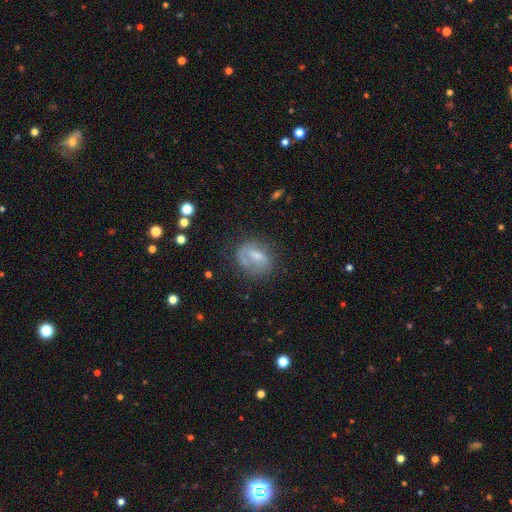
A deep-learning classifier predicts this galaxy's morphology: smooth_or_featured: smooth (p=0.50) [alt: featured or disk p=0.40]
how_rounded: in between (p=0.59) [alt: round p=0.38]
merging: none (p=0.49) [alt: minor disturbance p=0.26]